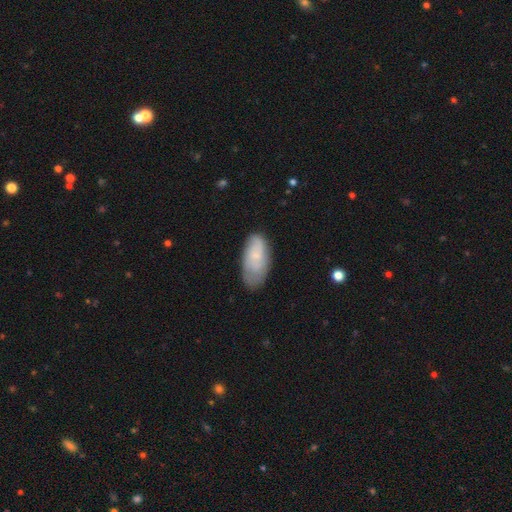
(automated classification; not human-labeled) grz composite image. It shows a smooth galaxy with no disk features (56%) that is in between round and cigar-shaped (91%). Merging: none (62%).